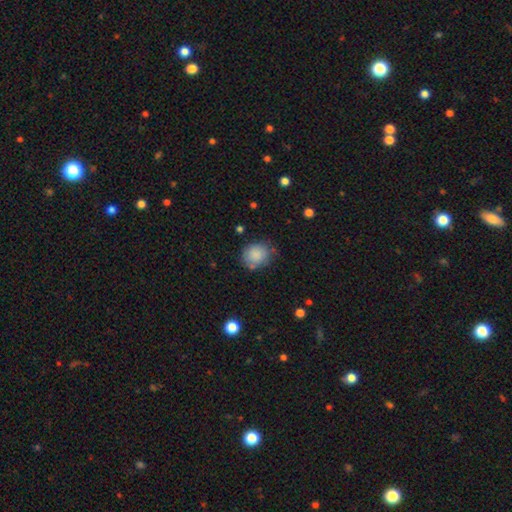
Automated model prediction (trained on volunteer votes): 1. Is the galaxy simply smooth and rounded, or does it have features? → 85% smooth, 8% star or artifact, 7% featured or disk.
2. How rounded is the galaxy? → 73% round, 26% in between, 1% cigar-shaped.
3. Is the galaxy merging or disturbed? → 68% none, 22% minor disturbance, 6% major disturbance, 4% merger.